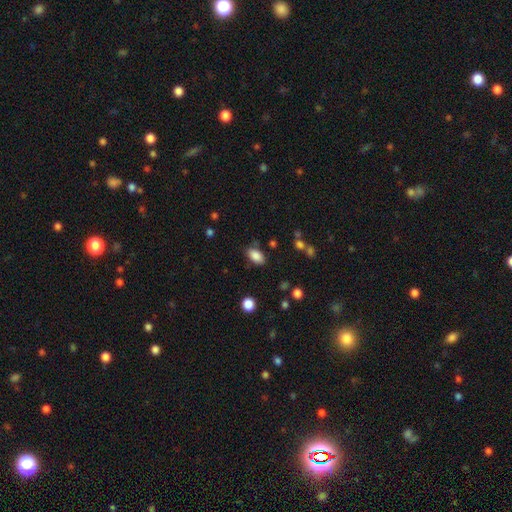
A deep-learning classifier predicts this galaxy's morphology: A smooth galaxy with no disk features (86%) that is in between round and cigar-shaped (92%).

Vote fractions:
- Smooth or featured? smooth: 86% / star or artifact: 9% / featured or disk: 5%
- How rounded? in between: 92% / round: 6% / cigar-shaped: 2%
- Merging? none: 80% / minor disturbance: 14% / major disturbance: 4% / merger: 3%